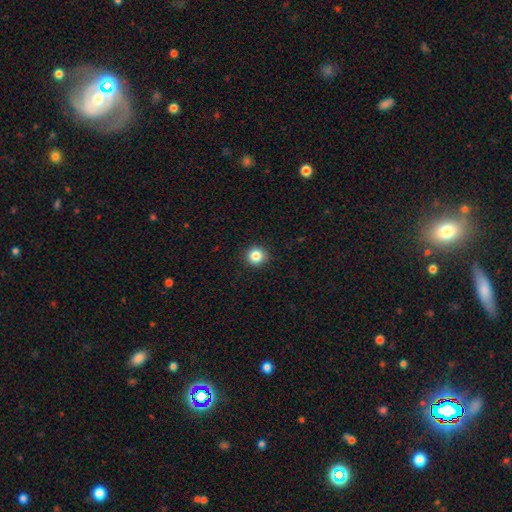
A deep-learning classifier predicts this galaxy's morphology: smooth-or-featured: smooth: 84% | star or artifact: 11% | featured or disk: 5%
  how-rounded: round: 92% | in between: 7% | cigar-shaped: 1%
  merging: none: 91% | minor disturbance: 6% | major disturbance: 2% | merger: 1%